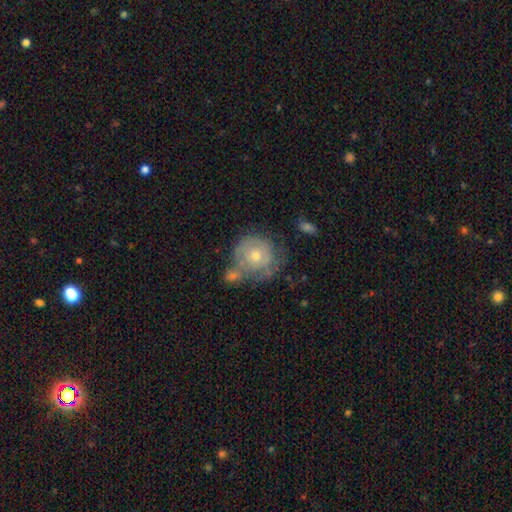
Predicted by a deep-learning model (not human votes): The model was most divided on "bulge size": moderate: 54%, small: 42%, large: 2%, none: 1%, dominant: 1%. Remaining: edge-on disk — no (97%); bar — no (86%); spiral arms — yes (64%); smooth or featured — featured or disk (58%); merging — none (44%).